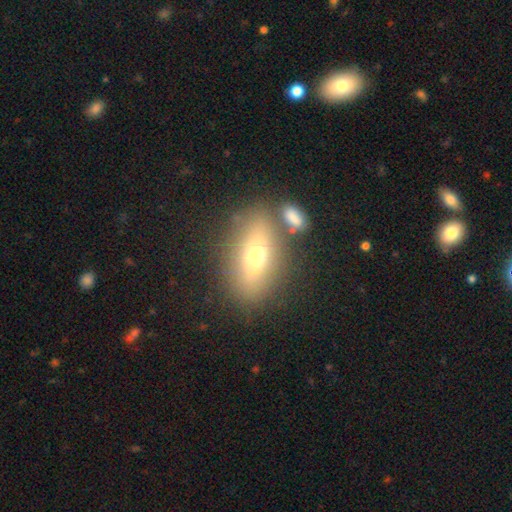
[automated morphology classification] Smooth or featured? smooth (63%)
How rounded? in between (78%)
Merging? none (69%)